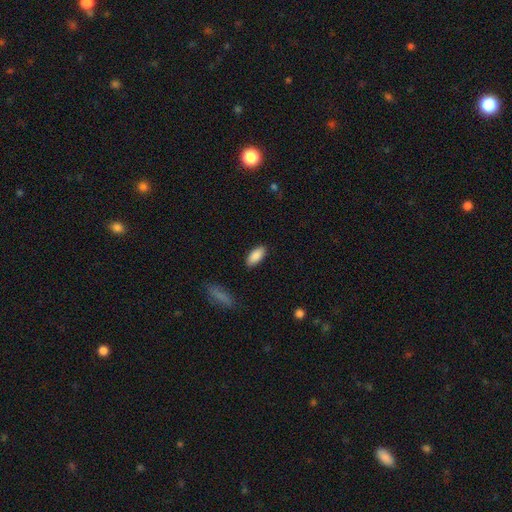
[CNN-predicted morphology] A smooth galaxy with no disk features (88%) that is in between round and cigar-shaped (89%). Merging: none (87%).